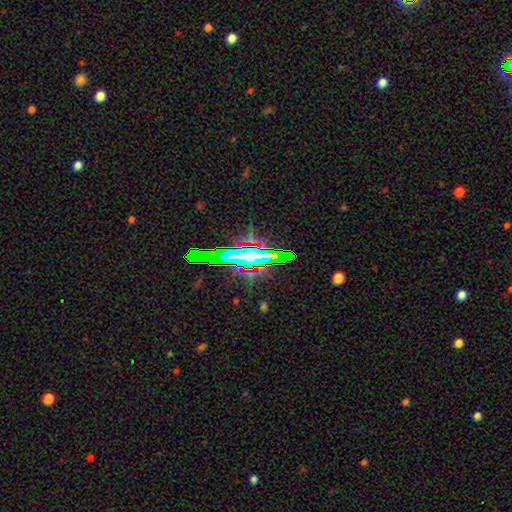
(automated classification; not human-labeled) star or artifact 62%, featured or disk 20%, smooth 19%.